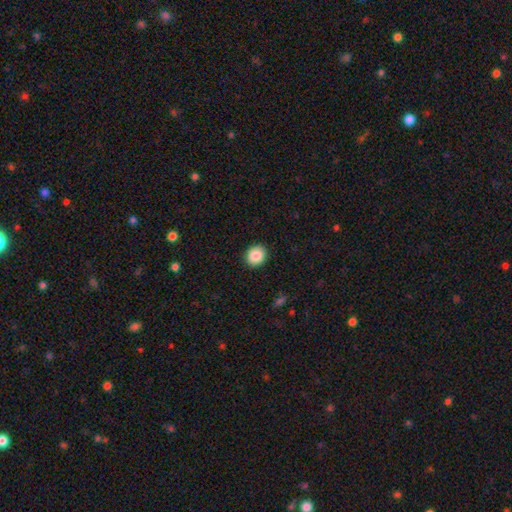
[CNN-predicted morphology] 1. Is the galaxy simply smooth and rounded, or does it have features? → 86% smooth, 9% star or artifact, 5% featured or disk.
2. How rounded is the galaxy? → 76% round, 23% in between, 1% cigar-shaped.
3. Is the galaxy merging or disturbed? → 91% none, 6% minor disturbance, 2% major disturbance, 1% merger.